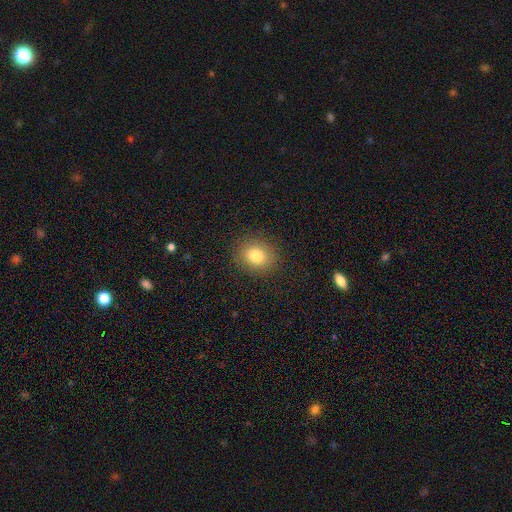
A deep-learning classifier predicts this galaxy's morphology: Smooth or featured?
  - smooth: 80% *
  - star or artifact: 11%
  - featured or disk: 9%
How rounded?
  - round: 62% *
  - in between: 37%
  - cigar-shaped: 1%
Merging?
  - none: 88% *
  - minor disturbance: 8%
  - major disturbance: 3%
  - merger: 1%